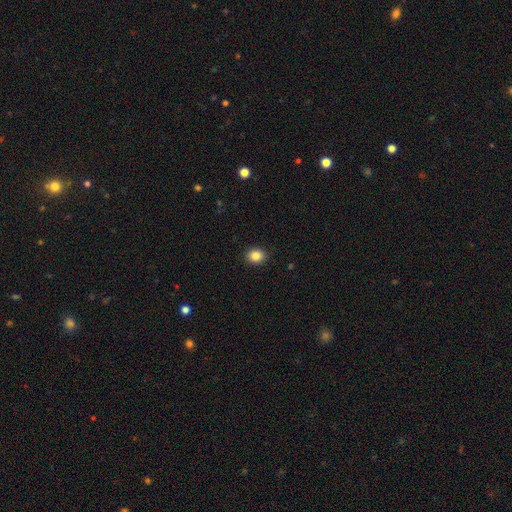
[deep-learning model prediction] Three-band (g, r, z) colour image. It shows a smooth galaxy with no disk features (85%) that is round (60%). Merging: none (90%).